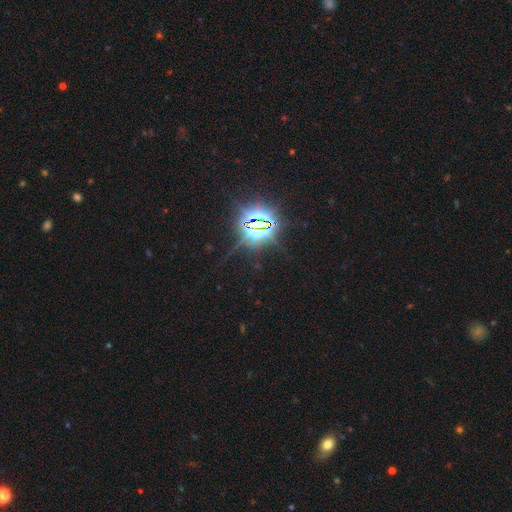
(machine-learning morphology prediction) A star or artifact, not a galaxy (82%).

Vote fractions:
- Smooth or featured? star or artifact: 82% / smooth: 12% / featured or disk: 6%